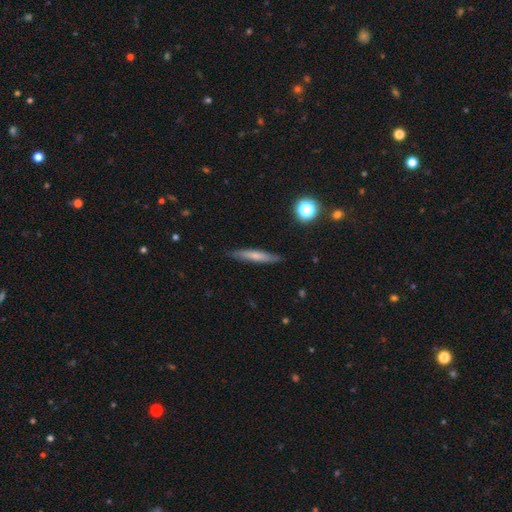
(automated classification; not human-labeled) Q: Smooth or featured?
A: smooth (60%); runner-up: featured or disk (32%)
Q: How rounded?
A: cigar-shaped (92%); runner-up: in between (6%)
Q: Merging?
A: none (86%); runner-up: minor disturbance (10%)